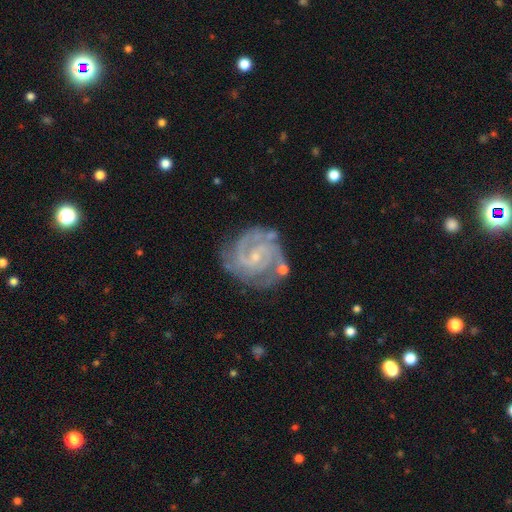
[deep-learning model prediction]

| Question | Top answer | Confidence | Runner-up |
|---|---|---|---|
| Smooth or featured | featured or disk | 90% | star or artifact (5%) |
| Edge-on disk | no | 98% | yes (2%) |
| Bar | no | 47% | weak (41%) |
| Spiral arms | yes | 98% | no (2%) |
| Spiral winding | tight | 60% | medium (35%) |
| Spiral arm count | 2 | 55% | 3 (24%) |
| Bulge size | small | 80% | moderate (14%) |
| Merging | none | 71% | minor disturbance (18%) |